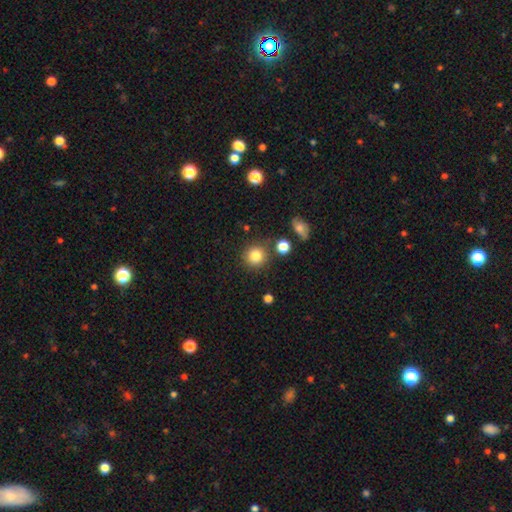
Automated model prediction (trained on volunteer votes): Morphology: type=smooth (83%); roundness=round (91%); merging=none (82%).